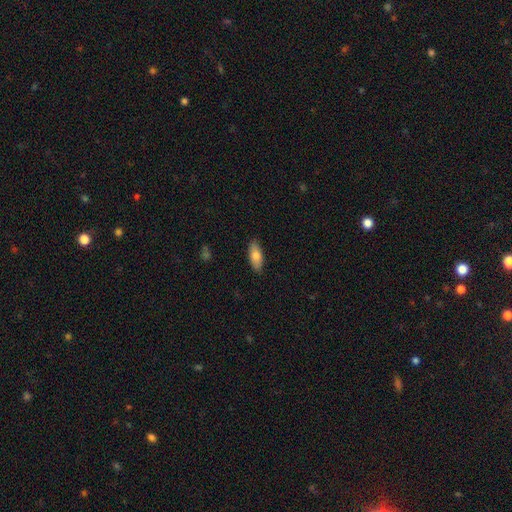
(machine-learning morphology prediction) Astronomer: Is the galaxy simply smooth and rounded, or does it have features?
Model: smooth — 80%.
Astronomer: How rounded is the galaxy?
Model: in between — 80%.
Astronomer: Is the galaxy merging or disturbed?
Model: none — 88%.